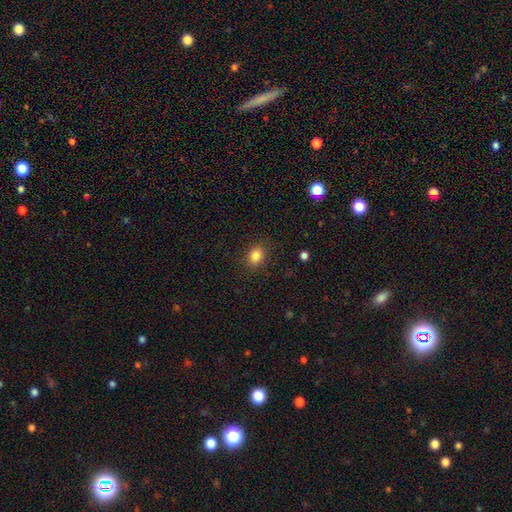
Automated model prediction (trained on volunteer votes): Smooth or featured? Predicted: smooth (p=0.84). How rounded? Predicted: in between (p=0.52). Merging? Predicted: none (p=0.86).